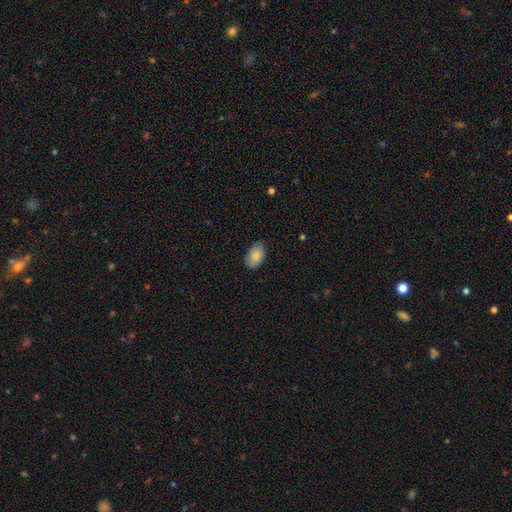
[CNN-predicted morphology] Overall: smooth (87%). How rounded: in between (93%). Merging: none (83%).